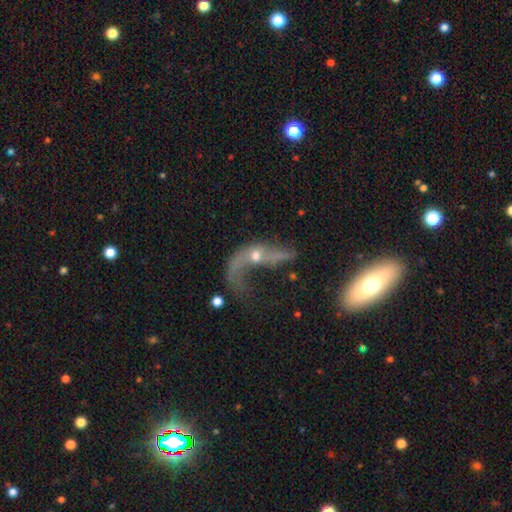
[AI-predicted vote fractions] featured or disk 64%, smooth 22%, star or artifact 14%. Down the decision tree: edge-on disk — no (86%); bar — no (74%); spiral arms — yes (58%); bulge size — small (58%); merging — major disturbance (50%).